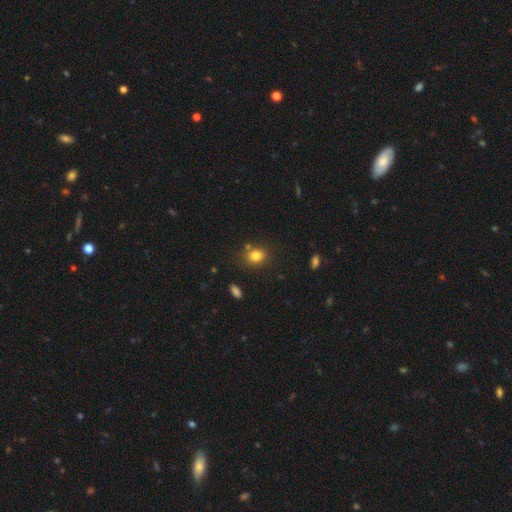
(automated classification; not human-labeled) This appears to be a smooth galaxy with no disk features (82%) that is round (54%). Merging: none (78%).